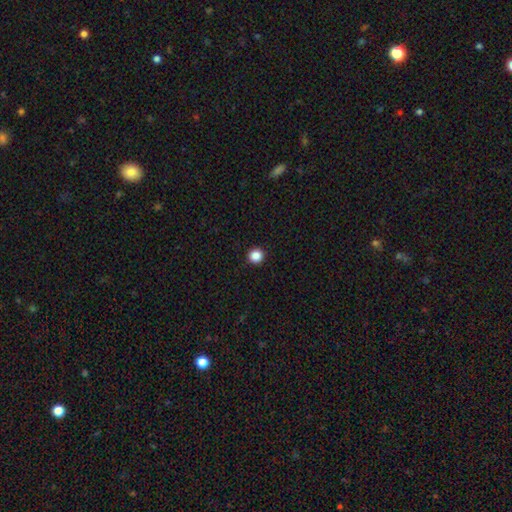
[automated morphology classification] The model was most divided on "smooth or featured": smooth: 86%, star or artifact: 11%, featured or disk: 3%. More confident: how rounded — round (96%); merging — none (94%).